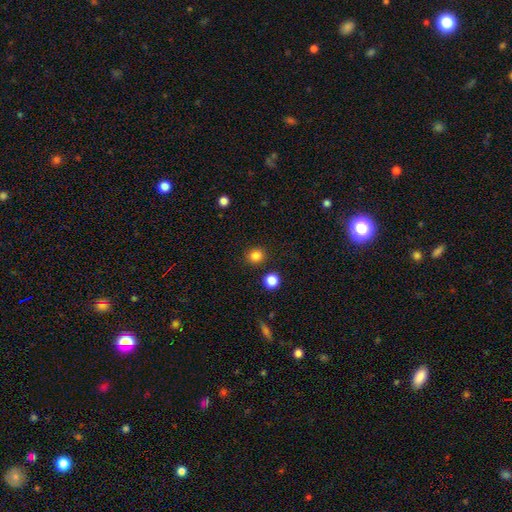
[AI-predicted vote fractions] The model was most divided on "smooth or featured": smooth: 84%, star or artifact: 12%, featured or disk: 4%. More confident: merging — none (89%); how rounded — round (86%).